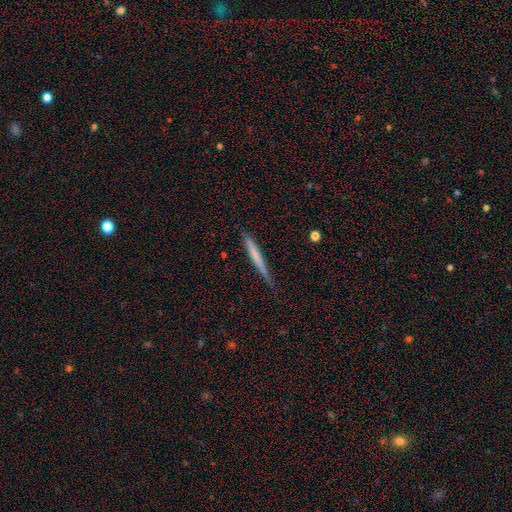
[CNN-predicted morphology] Overall: smooth (59%; featured or disk 35%). How rounded: cigar-shaped (96%). Merging: none (81%).